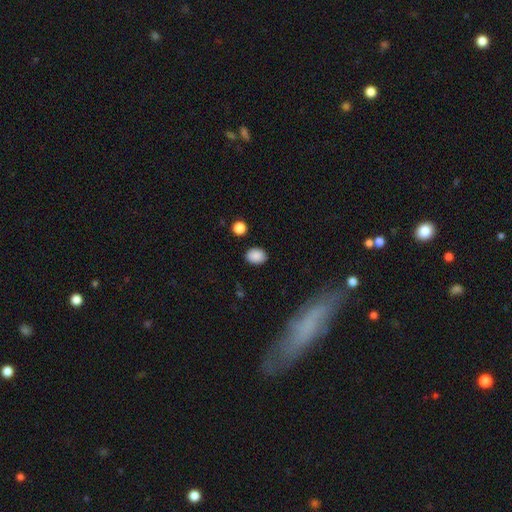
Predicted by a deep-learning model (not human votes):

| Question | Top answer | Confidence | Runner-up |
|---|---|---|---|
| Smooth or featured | smooth | 88% | star or artifact (8%) |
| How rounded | in between | 65% | round (34%) |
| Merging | none | 87% | minor disturbance (9%) |